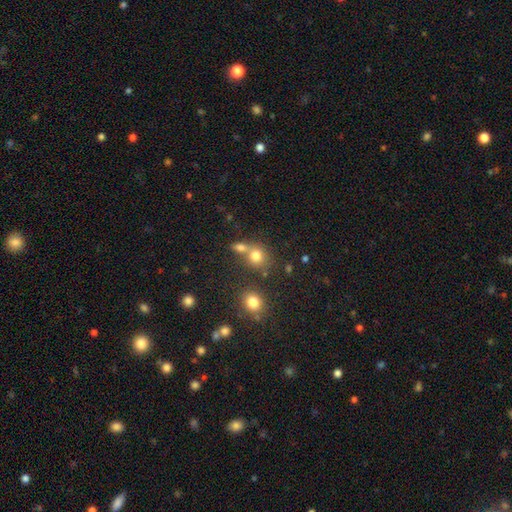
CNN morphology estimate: This appears to be a smooth galaxy with no disk features (77%) that is round (76%). Merging: none (47%).